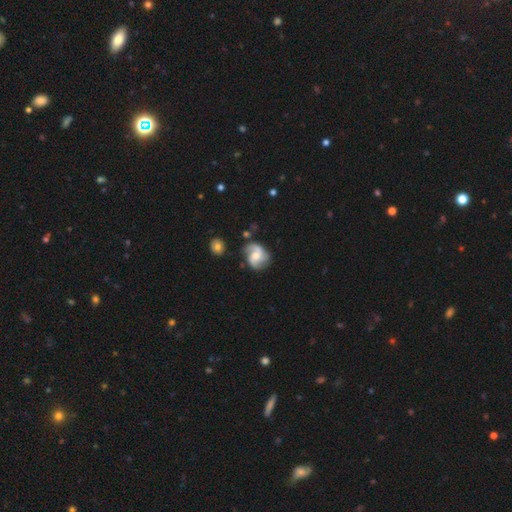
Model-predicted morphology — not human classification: This appears to be a featured or disk galaxy (78%) with no bar (54%), 2 (60%) medium (47%) spiral arms (95%) and a moderate central bulge (55%). Merging: none (69%).